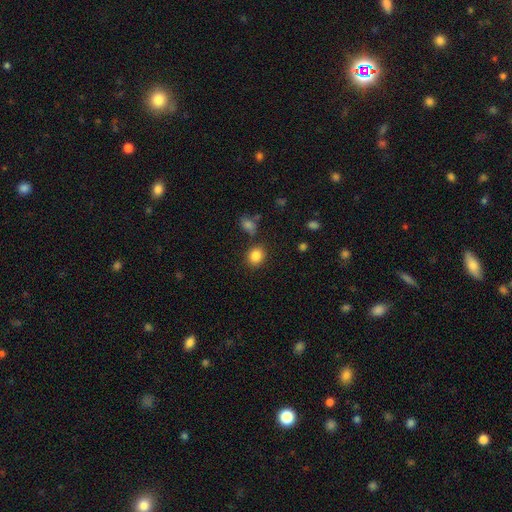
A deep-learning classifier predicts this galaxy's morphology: This is clearly a smooth galaxy (86%). How rounded: likely round (65%). Merging: clearly none (81%).